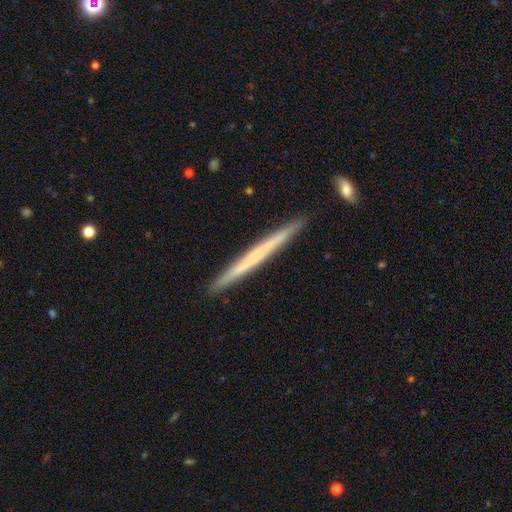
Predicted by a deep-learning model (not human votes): Smooth or featured? featured or disk (49%)
Merging? none (92%)